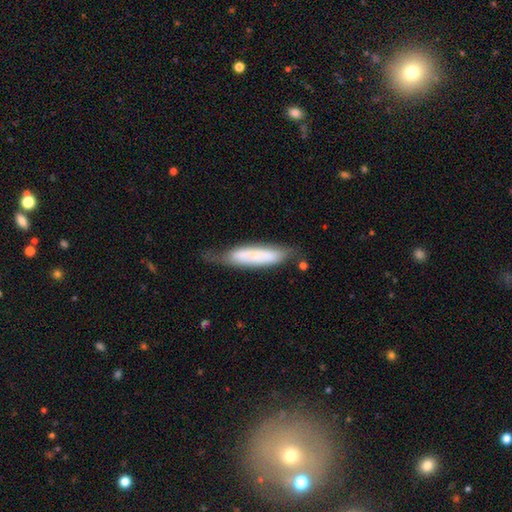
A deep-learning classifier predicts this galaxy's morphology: Overall: smooth (55%; featured or disk 38%). How rounded: cigar-shaped (67%; in between 32%). Merging: none (55%; minor disturbance 29%).